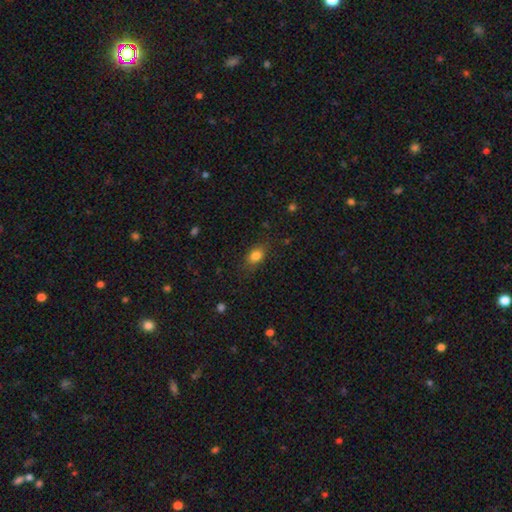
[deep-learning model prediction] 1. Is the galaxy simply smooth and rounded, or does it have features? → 82% smooth, 10% star or artifact, 7% featured or disk.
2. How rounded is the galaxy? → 73% in between, 24% round, 3% cigar-shaped.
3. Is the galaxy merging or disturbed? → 79% none, 15% minor disturbance, 4% major disturbance, 1% merger.